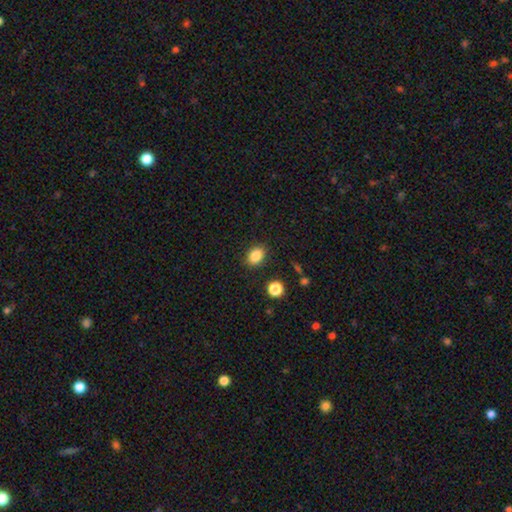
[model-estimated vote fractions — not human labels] This appears to be a smooth galaxy with no disk features (85%) that is in between round and cigar-shaped (71%). Merging: none (86%).